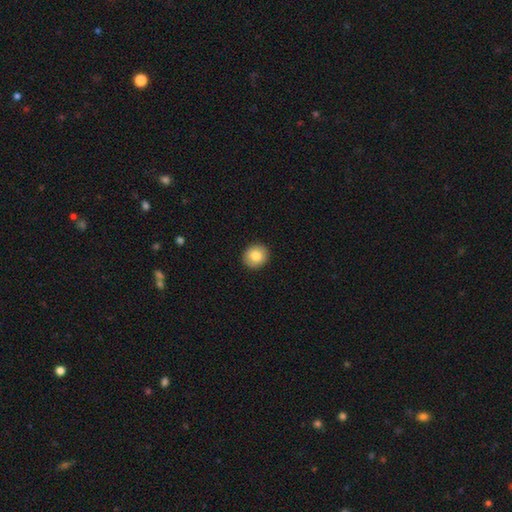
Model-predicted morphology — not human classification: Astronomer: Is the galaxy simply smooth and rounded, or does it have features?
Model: smooth — 81%.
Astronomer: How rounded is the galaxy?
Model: round — 84%.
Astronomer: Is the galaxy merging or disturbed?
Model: none — 92%.